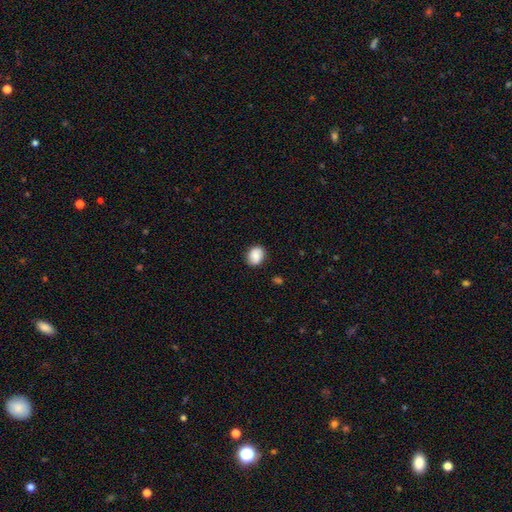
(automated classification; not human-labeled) smooth-or-featured: smooth: 82% | featured or disk: 10% | star or artifact: 8%
  how-rounded: round: 51% | in between: 48% | cigar-shaped: 1%
  merging: none: 84% | minor disturbance: 12% | major disturbance: 3% | merger: 1%